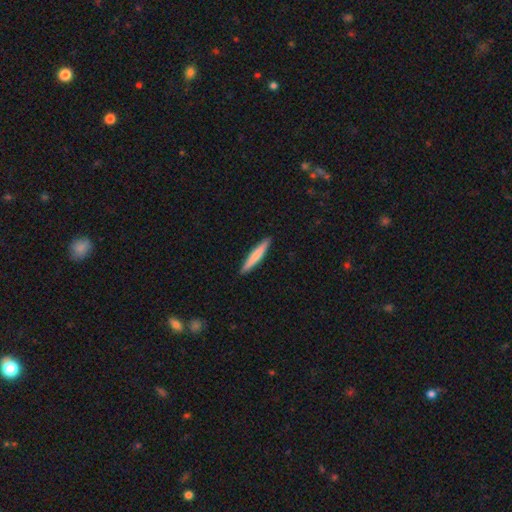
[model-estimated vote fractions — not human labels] Smooth or featured? smooth (75%)
How rounded? cigar-shaped (95%)
Merging? none (92%)